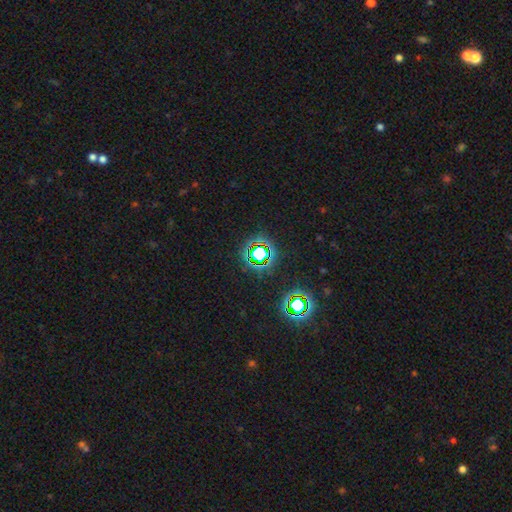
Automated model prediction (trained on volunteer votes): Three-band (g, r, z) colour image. It shows a star or artifact, not a galaxy (71%).